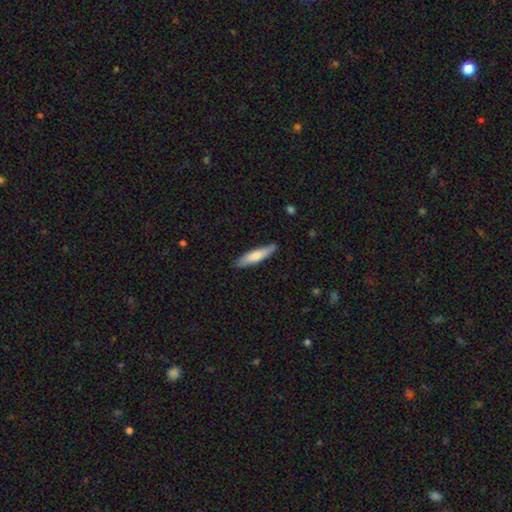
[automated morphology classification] A smooth galaxy with no disk features (72%) that is cigar-shaped (76%). Merging: none (83%).